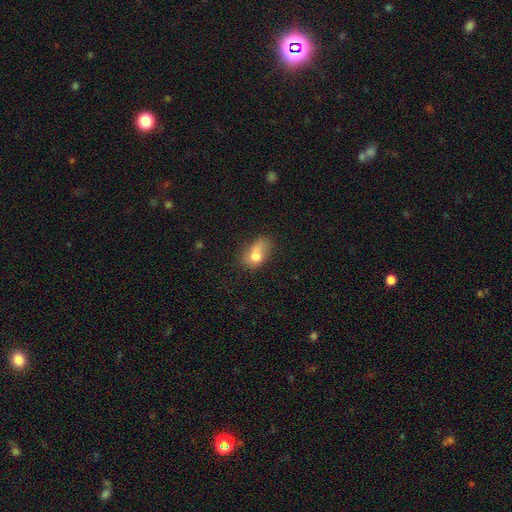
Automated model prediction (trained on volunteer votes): smooth_or_featured: smooth (p=0.73) [alt: featured or disk p=0.18]
how_rounded: in between (p=0.81) [alt: round p=0.16]
merging: minor disturbance (p=0.35) [alt: none p=0.34]